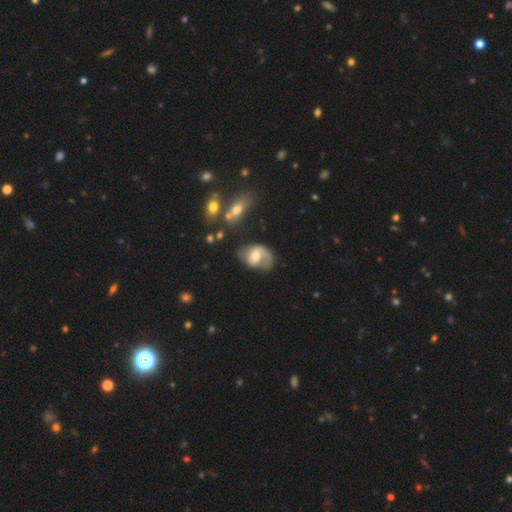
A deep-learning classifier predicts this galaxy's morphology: Smooth or featured? Predicted: featured or disk (p=0.62). Edge-on disk? Predicted: no (p=0.96). Bar? Predicted: no (p=0.54). Spiral arms? Predicted: yes (p=0.81). Bulge size? Predicted: moderate (p=0.69). Merging? Predicted: none (p=0.43).